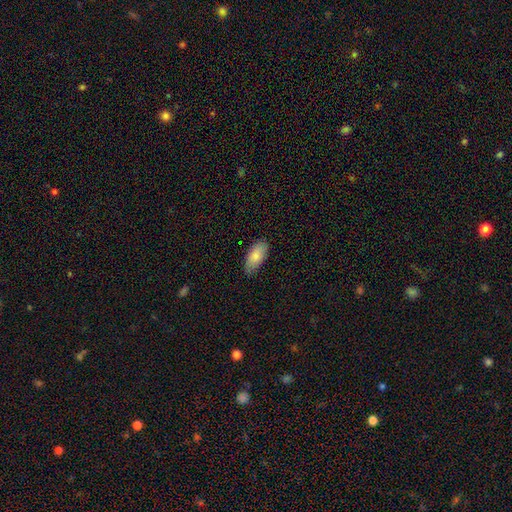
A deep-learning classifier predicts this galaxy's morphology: A smooth galaxy with no disk features (83%) that is in between round and cigar-shaped (91%). Merging: none (78%).